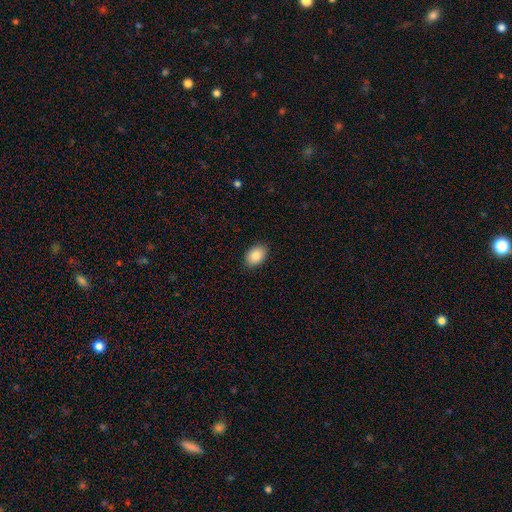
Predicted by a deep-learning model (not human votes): The model was most divided on "how rounded": in between: 82%, round: 17%, cigar-shaped: 1%. More confident: merging — none (89%); smooth or featured — smooth (87%).